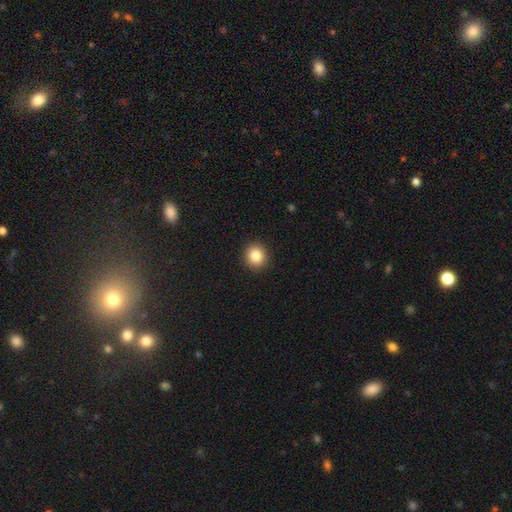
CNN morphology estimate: smooth 85%, star or artifact 10%, featured or disk 5%. Down the decision tree: how rounded — round (87%); merging — none (92%).